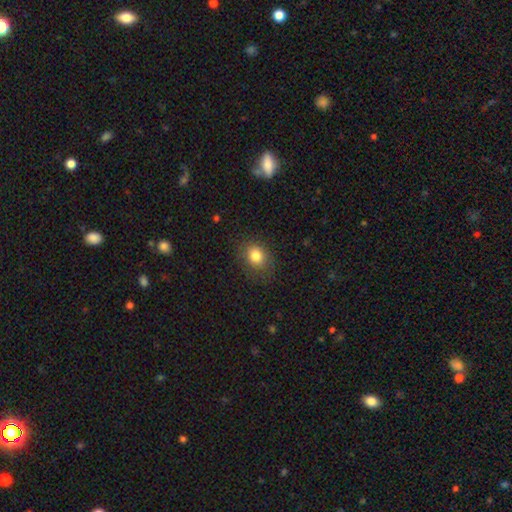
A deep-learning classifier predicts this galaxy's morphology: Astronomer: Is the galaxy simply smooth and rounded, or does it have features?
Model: smooth — 82%.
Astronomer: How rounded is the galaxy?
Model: round — 54% (runner-up: in between, 45%).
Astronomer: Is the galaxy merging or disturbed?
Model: none — 82%.